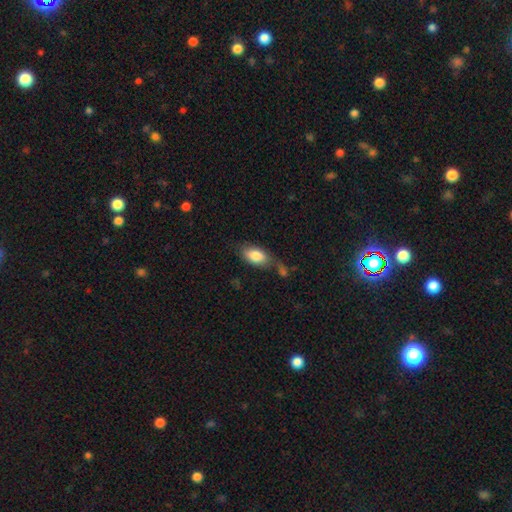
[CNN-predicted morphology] smooth 80%, featured or disk 13%, star or artifact 7%. Down the decision tree: how rounded — in between (91%); merging — none (50%).